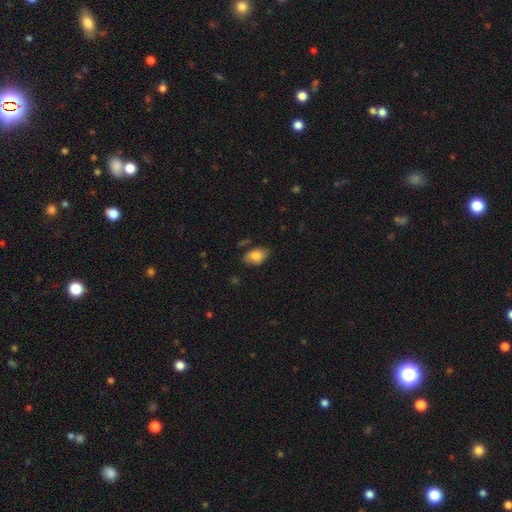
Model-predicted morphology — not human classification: type=smooth (82%); roundness=in between (88%); merging=none (72%).